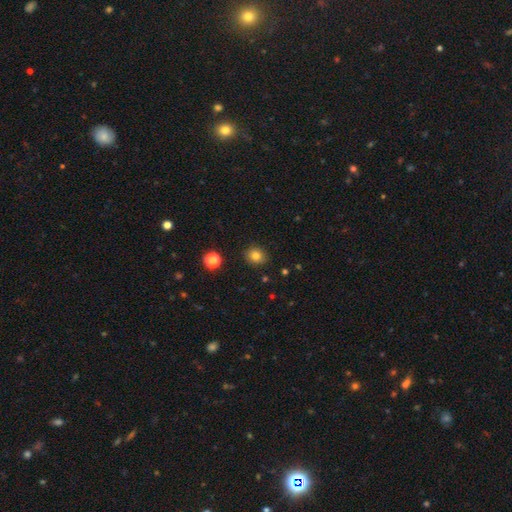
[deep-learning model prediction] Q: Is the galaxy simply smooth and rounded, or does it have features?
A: smooth — 80%.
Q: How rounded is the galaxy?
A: round — 80%.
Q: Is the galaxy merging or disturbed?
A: none — 89%.